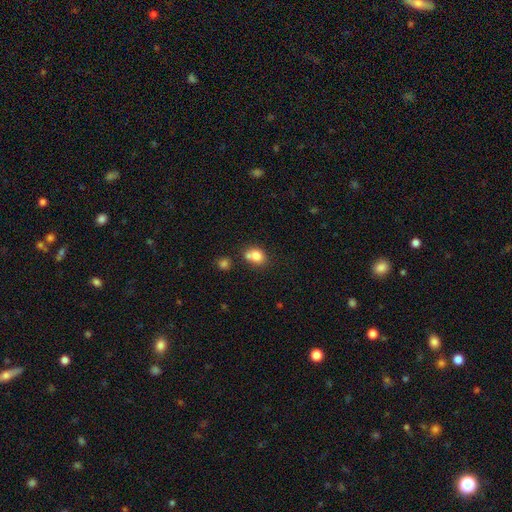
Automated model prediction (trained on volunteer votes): The model was most divided on "merging": none: 43%, merger: 40%, minor disturbance: 13%, major disturbance: 5%. More confident: smooth or featured — smooth (78%); how rounded — round (56%).